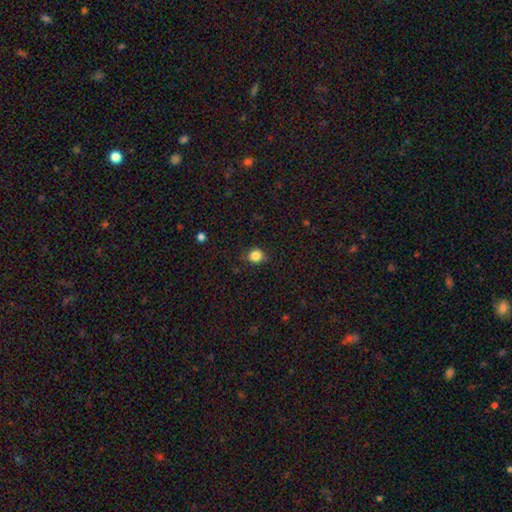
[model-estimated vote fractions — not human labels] Smooth or featured? Predicted: smooth (p=0.84). How rounded? Predicted: round (p=0.84). Merging? Predicted: none (p=0.85).